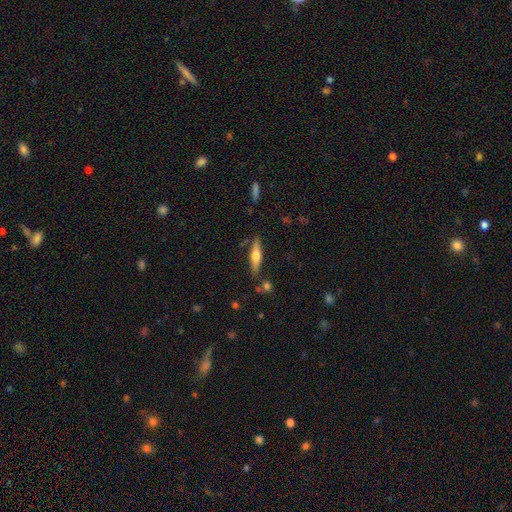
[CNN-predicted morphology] featured or disk 50%, smooth 44%, star or artifact 6%. Down the decision tree: merging — none (81%).